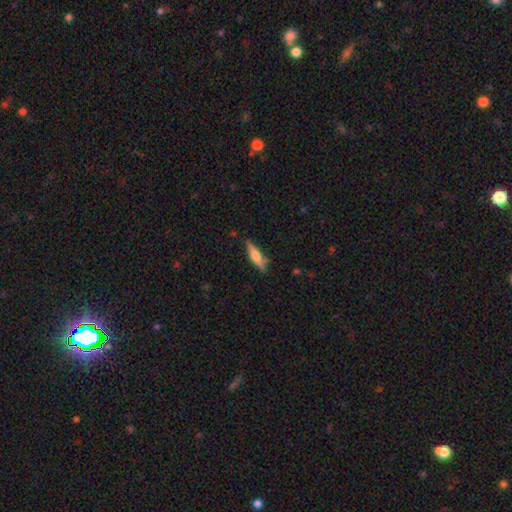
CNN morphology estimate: Smooth or featured?
  - smooth: 54% *
  - featured or disk: 40%
  - star or artifact: 6%
How rounded?
  - cigar-shaped: 67% *
  - in between: 31%
  - round: 2%
Merging?
  - none: 81% *
  - minor disturbance: 14%
  - major disturbance: 3%
  - merger: 3%